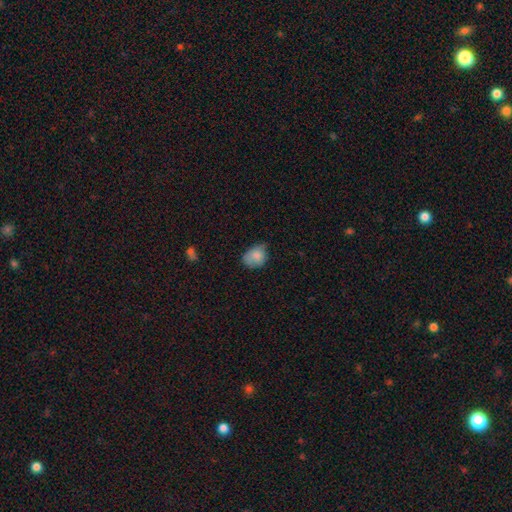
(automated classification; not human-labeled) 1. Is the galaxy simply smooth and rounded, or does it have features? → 82% smooth, 10% featured or disk, 9% star or artifact.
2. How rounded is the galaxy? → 56% in between, 43% round, 1% cigar-shaped.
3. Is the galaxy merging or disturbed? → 47% none, 40% minor disturbance, 11% major disturbance, 2% merger.